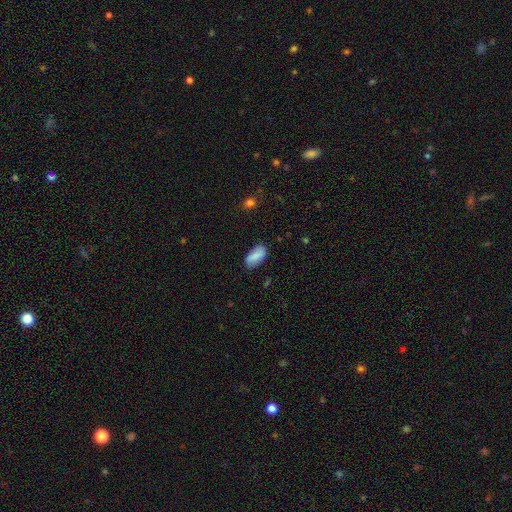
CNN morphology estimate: A smooth galaxy with no disk features (83%) that is in between round and cigar-shaped (90%). Merging: none (80%).